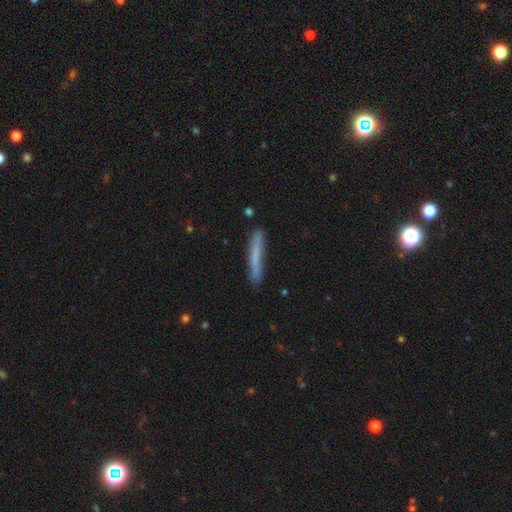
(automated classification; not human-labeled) Smooth or featured? Predicted: smooth (p=0.67). How rounded? Predicted: cigar-shaped (p=0.96). Merging? Predicted: none (p=0.82).